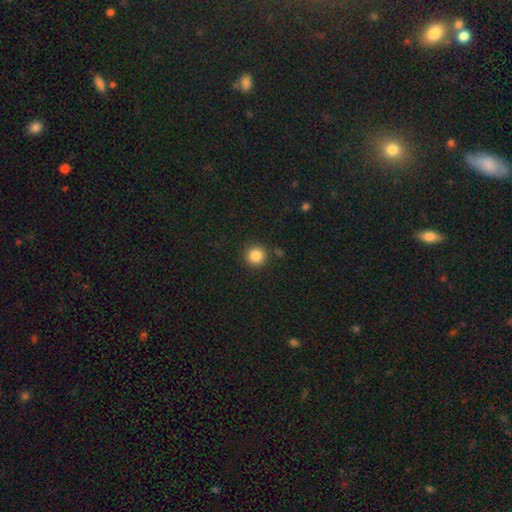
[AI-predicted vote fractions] Smooth or featured? Predicted: smooth (p=0.85). How rounded? Predicted: round (p=0.95). Merging? Predicted: none (p=0.89).